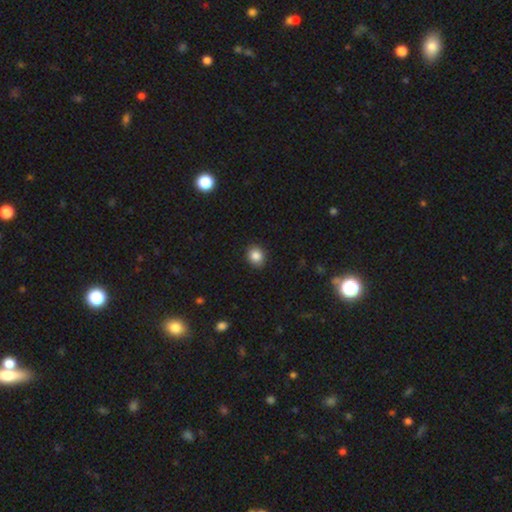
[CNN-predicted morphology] Overall: smooth (86%). How rounded: round (70%). Merging: none (89%).